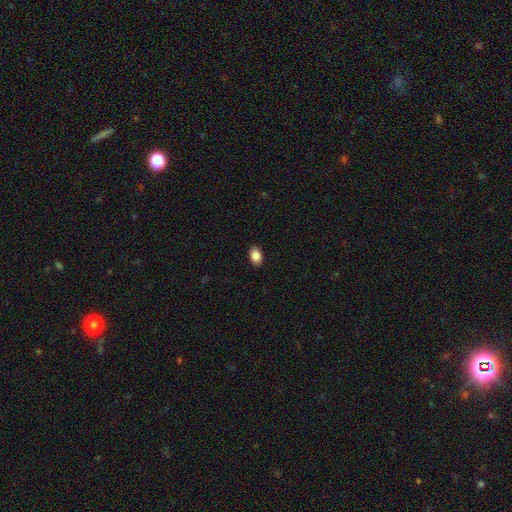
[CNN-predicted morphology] Smooth or featured? Predicted: smooth (p=0.88). How rounded? Predicted: in between (p=0.86). Merging? Predicted: none (p=0.90).